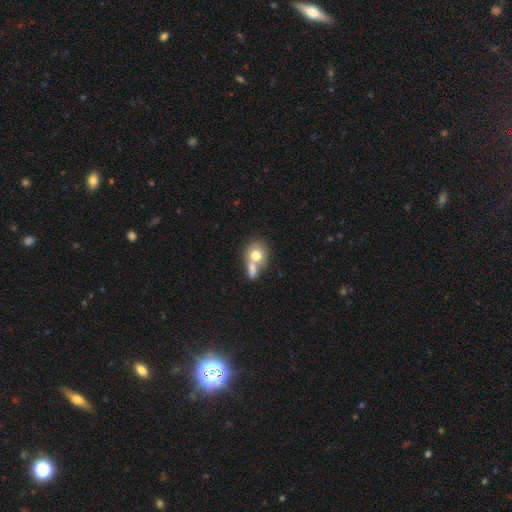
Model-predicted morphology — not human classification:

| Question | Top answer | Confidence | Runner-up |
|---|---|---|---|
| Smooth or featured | smooth | 73% | featured or disk (19%) |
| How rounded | round | 64% | in between (34%) |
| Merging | merger | 60% | none (27%) |